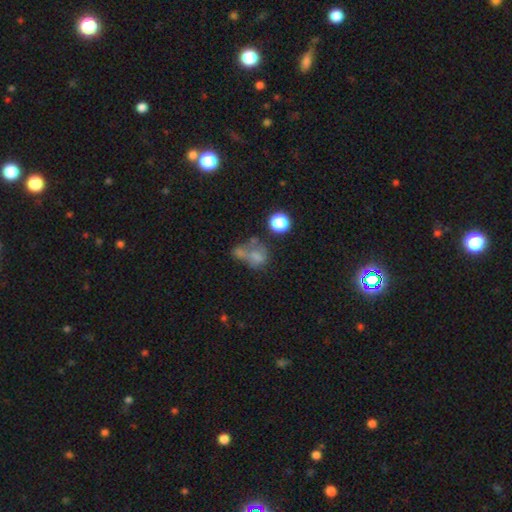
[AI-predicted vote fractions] Smooth or featured?
  - smooth: 60% *
  - featured or disk: 24%
  - star or artifact: 17%
How rounded?
  - in between: 51% *
  - round: 47%
  - cigar-shaped: 2%
Merging?
  - merger: 39% *
  - none: 25%
  - major disturbance: 22%
  - minor disturbance: 15%